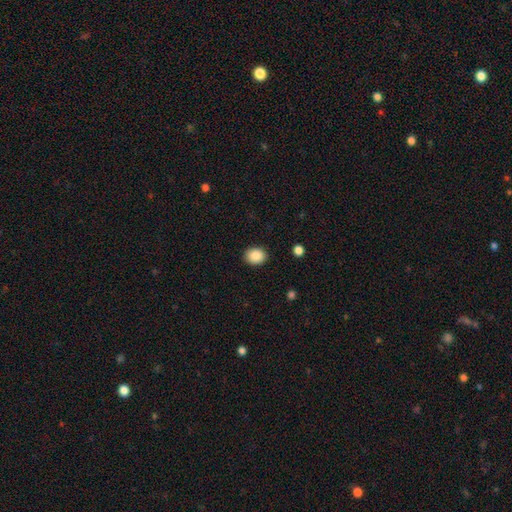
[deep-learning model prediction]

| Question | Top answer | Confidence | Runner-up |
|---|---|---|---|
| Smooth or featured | smooth | 89% | star or artifact (8%) |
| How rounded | round | 50% | in between (49%) |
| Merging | none | 89% | minor disturbance (8%) |